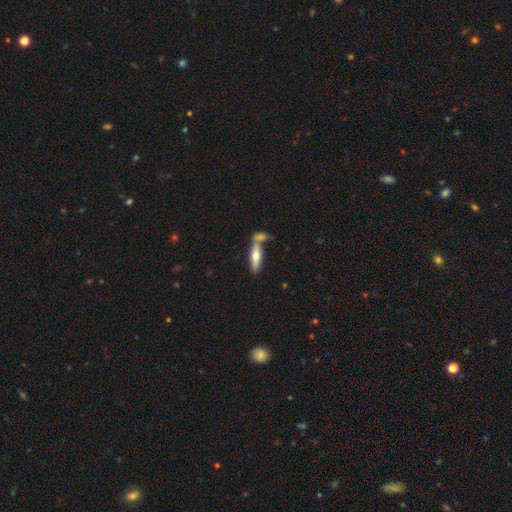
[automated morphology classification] smooth 62%, featured or disk 32%, star or artifact 6%. Down the decision tree: how rounded — cigar-shaped (58%); merging — none (48%).